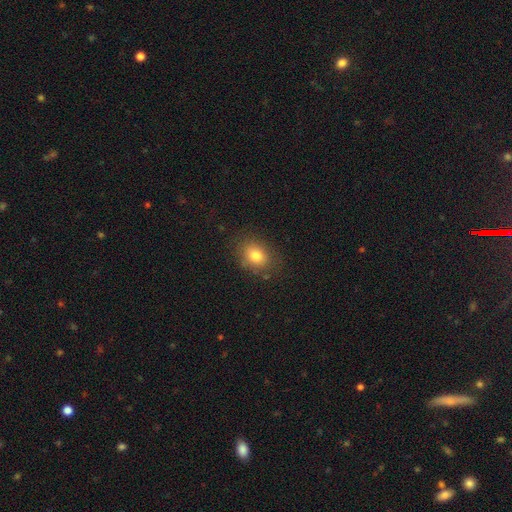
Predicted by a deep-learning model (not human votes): Smooth or featured? smooth (79%)
How rounded? in between (55%)
Merging? none (81%)